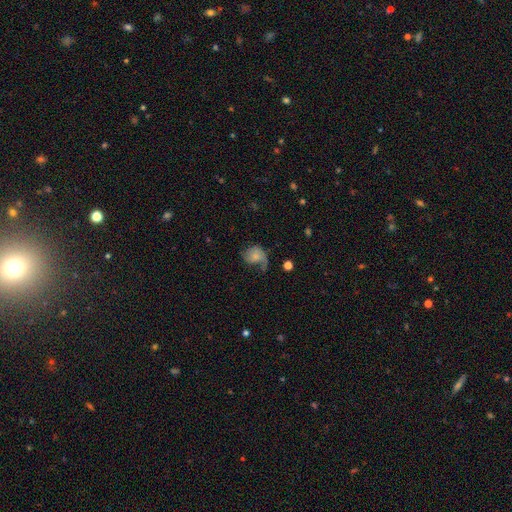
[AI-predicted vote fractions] This is possibly a featured or disk galaxy (49%). Merging: marginally major disturbance (39%).